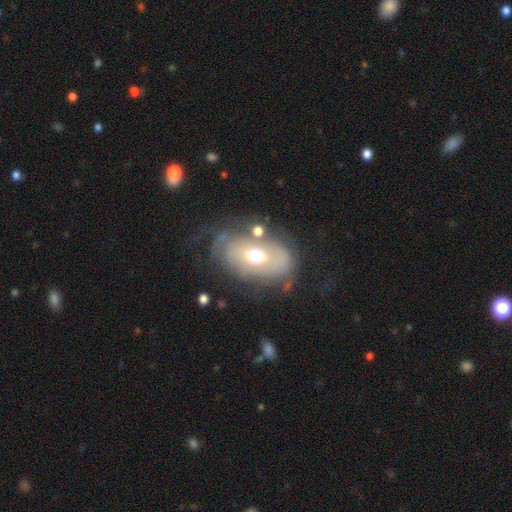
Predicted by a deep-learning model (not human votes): Smooth or featured?
  - featured or disk: 61% *
  - smooth: 31%
  - star or artifact: 8%
Edge-on disk?
  - no: 92% *
  - yes: 8%
Bar?
  - no: 72% *
  - weak: 21%
  - strong: 7%
Spiral arms?
  - yes: 57% *
  - no: 43%
Bulge size?
  - moderate: 73% *
  - small: 16%
  - large: 9%
  - dominant: 1%
  - none: 1%
Merging?
  - none: 54% *
  - minor disturbance: 23%
  - major disturbance: 17%
  - merger: 5%